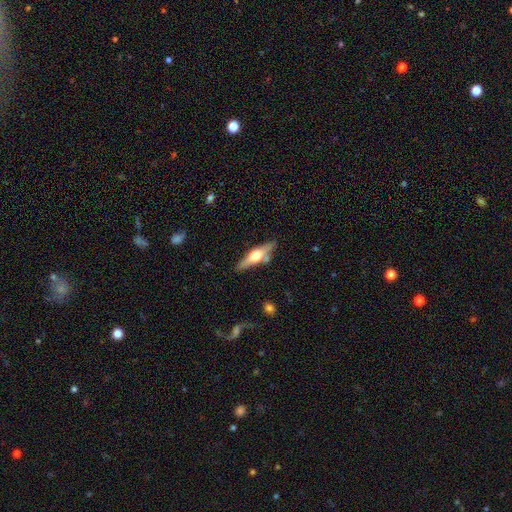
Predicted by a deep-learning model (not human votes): A featured or disk galaxy (64%) viewed edge-on (94%) with a rounded central bulge (93%).

Vote fractions:
- Smooth or featured? featured or disk: 64% / smooth: 30% / star or artifact: 6%
- Edge-on disk? yes: 94% / no: 6%
- Edge-on bulge? rounded: 93% / boxy: 5% / none: 2%
- Merging? none: 75% / minor disturbance: 14% / merger: 7% / major disturbance: 4%